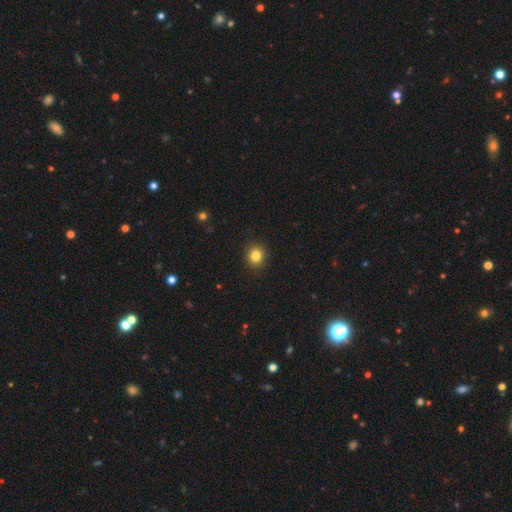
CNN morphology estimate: Smooth or featured: smooth — 84% (star or artifact — 11%)
How rounded: round — 79% (in between — 20%)
Merging: none — 91% (minor disturbance — 6%)